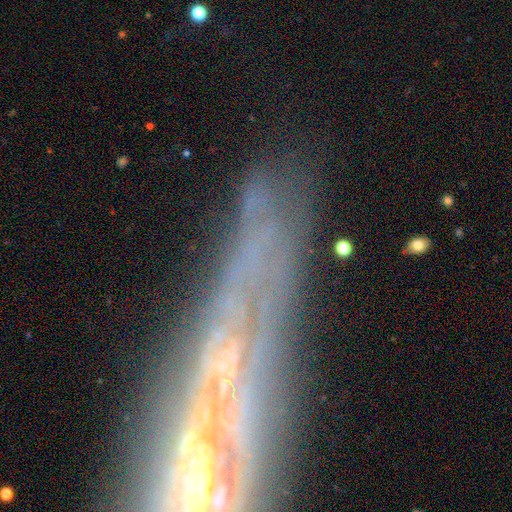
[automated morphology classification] Smooth or featured: featured or disk — 56% (star or artifact — 25%)
Edge-on disk: no — 52% (yes — 48%)
Merging: none — 76% (minor disturbance — 15%)